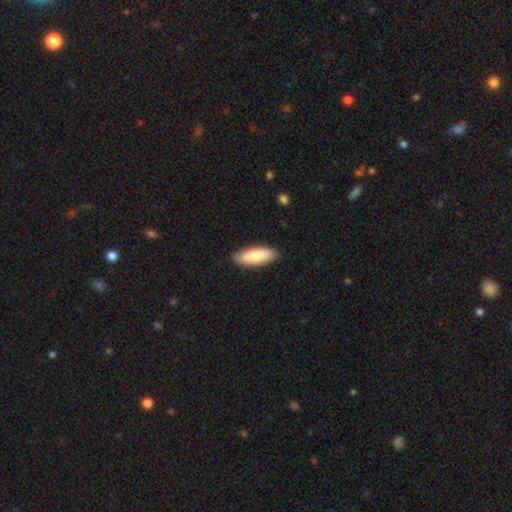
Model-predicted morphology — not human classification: Q: Smooth or featured?
A: smooth (81%); runner-up: featured or disk (14%)
Q: How rounded?
A: in between (68%); runner-up: cigar-shaped (31%)
Q: Merging?
A: none (87%); runner-up: minor disturbance (10%)